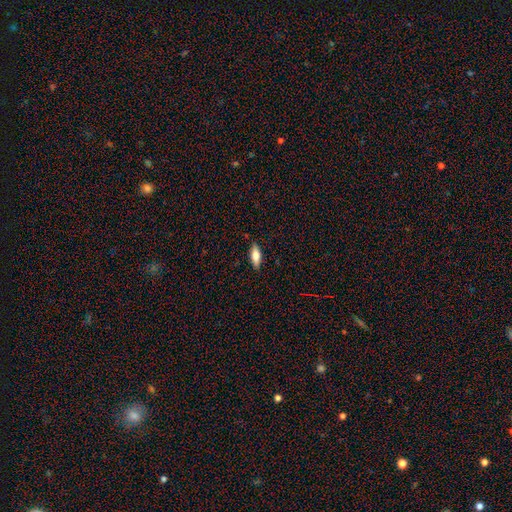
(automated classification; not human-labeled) smooth 71%, featured or disk 23%, star or artifact 7%. Down the decision tree: how rounded — in between (67%); merging — none (87%).